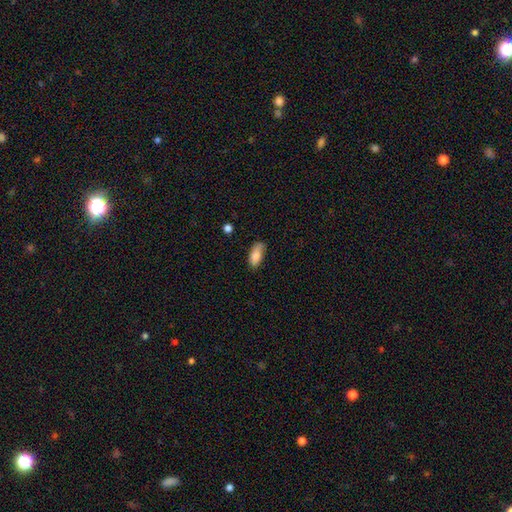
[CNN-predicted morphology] Smooth or featured? smooth (85%)
How rounded? in between (86%)
Merging? none (64%)